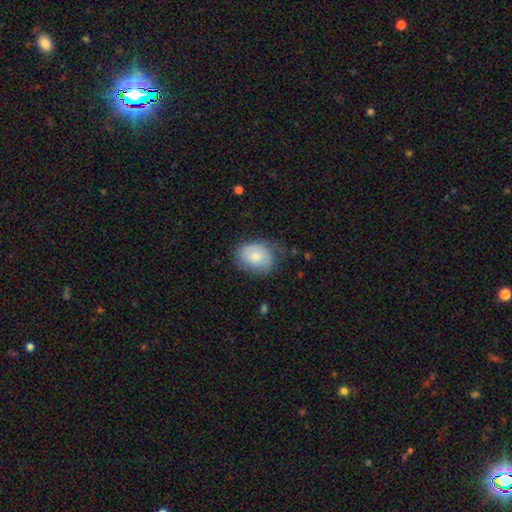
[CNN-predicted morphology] Smooth or featured? Predicted: smooth (p=0.73). How rounded? Predicted: in between (p=0.66). Merging? Predicted: none (p=0.60).